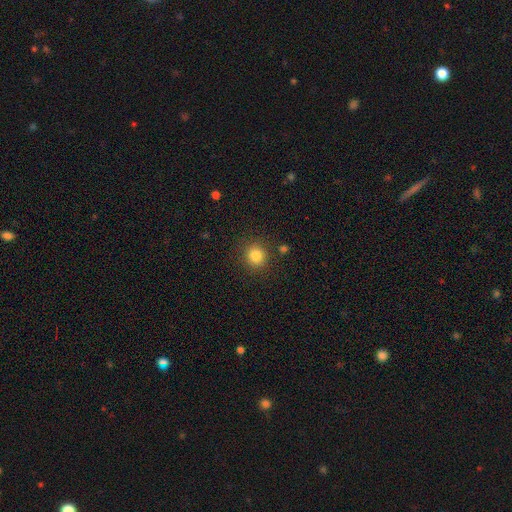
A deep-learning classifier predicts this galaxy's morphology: Smooth or featured? smooth (84%)
How rounded? round (90%)
Merging? none (88%)